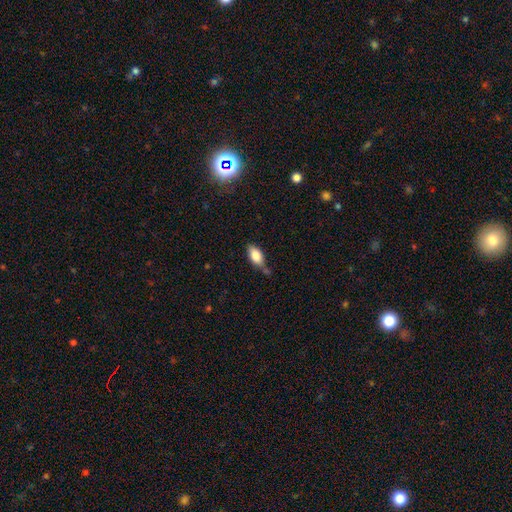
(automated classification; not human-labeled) This is clearly a smooth galaxy (83%). How rounded: clearly in between (91%). Merging: possibly none (60%).